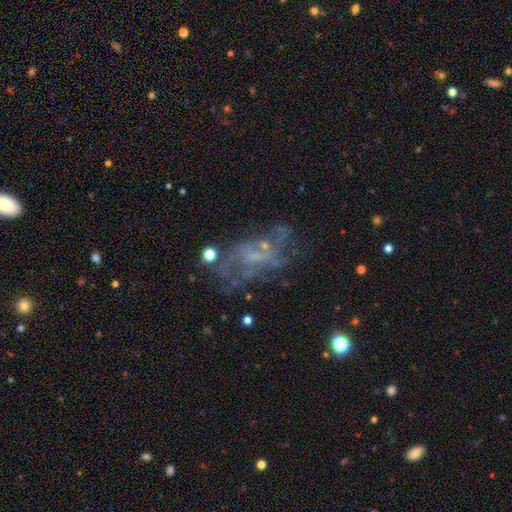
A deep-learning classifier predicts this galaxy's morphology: Smooth or featured?
  - featured or disk: 61% *
  - star or artifact: 21%
  - smooth: 18%
Edge-on disk?
  - no: 95% *
  - yes: 5%
Bar?
  - no: 62% *
  - weak: 29%
  - strong: 9%
Spiral arms?
  - no: 60% *
  - yes: 40%
Bulge size?
  - none: 45% *
  - small: 38%
  - moderate: 14%
  - large: 2%
  - dominant: 1%
Merging?
  - none: 45% *
  - major disturbance: 29%
  - minor disturbance: 18%
  - merger: 9%